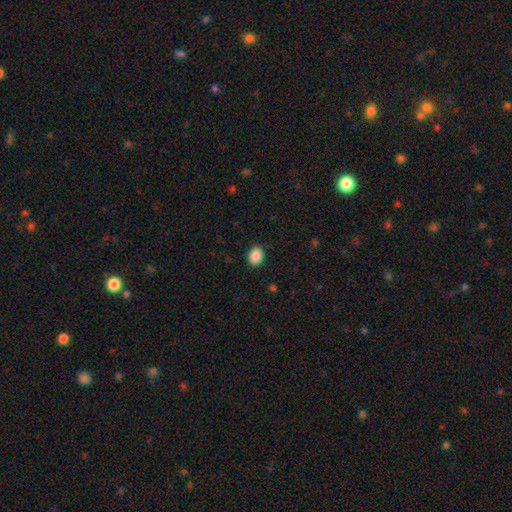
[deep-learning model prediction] Smooth or featured? smooth (89%)
How rounded? in between (57%)
Merging? none (90%)